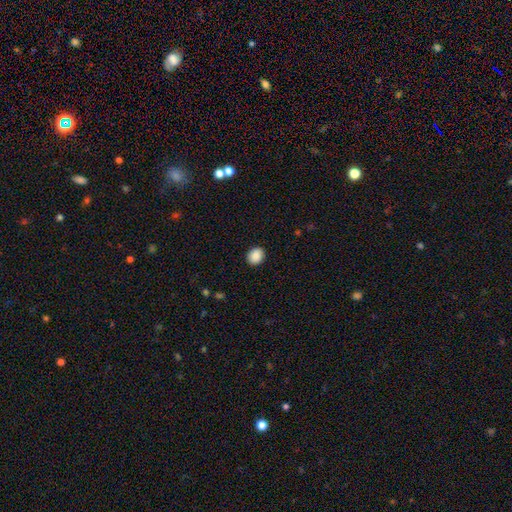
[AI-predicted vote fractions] smooth 89%, star or artifact 8%, featured or disk 3%. Down the decision tree: how rounded — round (59%); merging — none (89%).